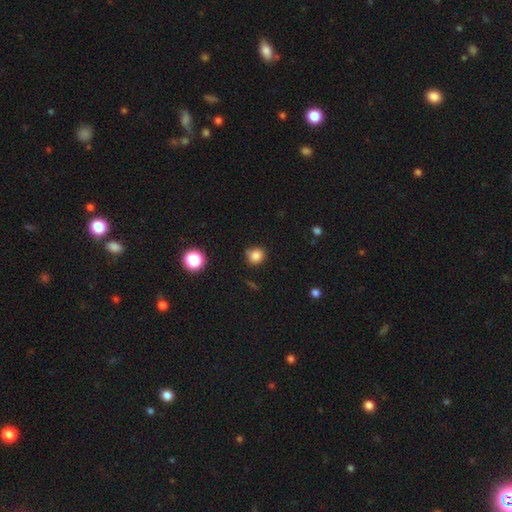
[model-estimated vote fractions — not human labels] This appears to be a smooth galaxy with no disk features (83%) that is round (81%). Merging: none (72%).